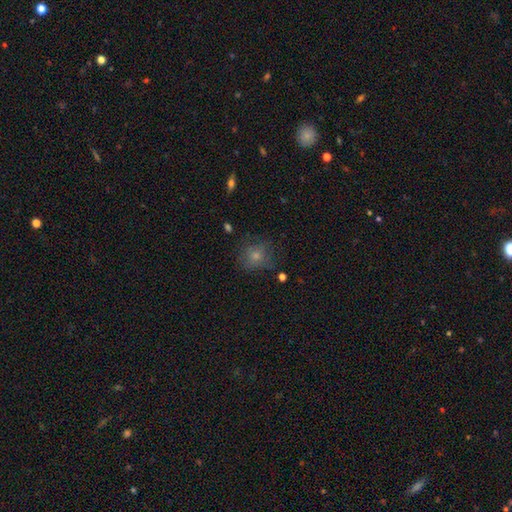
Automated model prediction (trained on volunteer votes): The model was most divided on "merging": none: 65%, minor disturbance: 22%, major disturbance: 11%, merger: 2%. More confident: how rounded — round (75%); smooth or featured — smooth (74%).